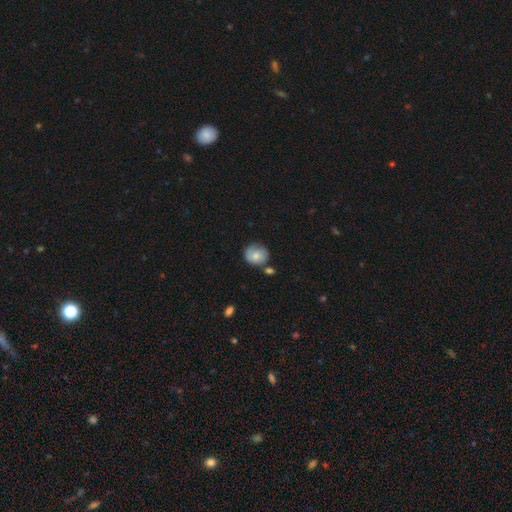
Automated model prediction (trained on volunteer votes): Morphology: type=smooth (67%); roundness=round (75%); merging=none (60%).